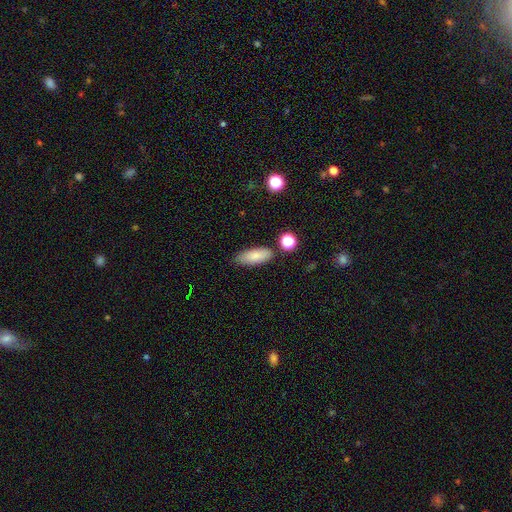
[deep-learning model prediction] smooth 83%, featured or disk 10%, star or artifact 8%. Down the decision tree: how rounded — in between (74%); merging — none (79%).